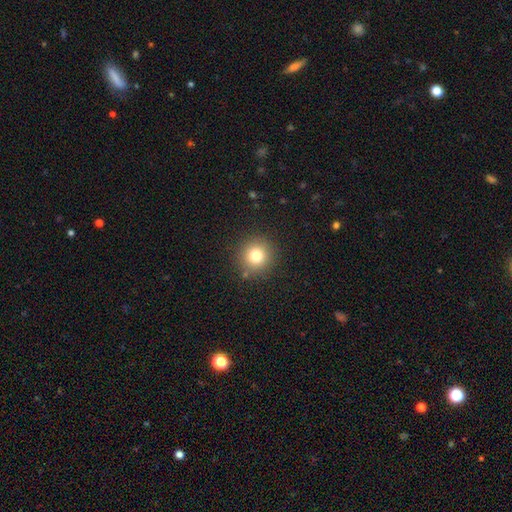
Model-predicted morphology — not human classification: This appears to be a smooth galaxy with no disk features (79%) that is round (94%). Merging: none (88%).